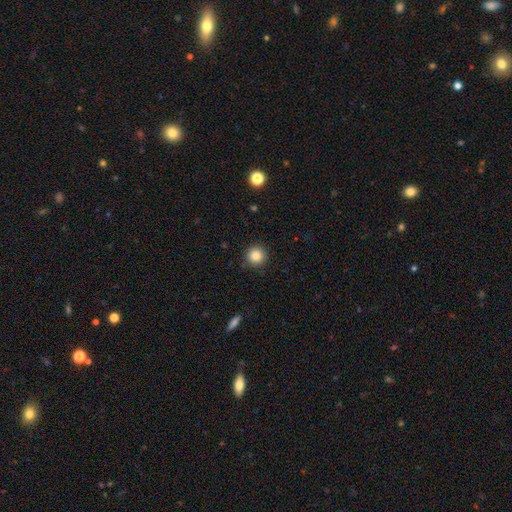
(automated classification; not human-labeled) A smooth galaxy with no disk features (85%) that is round (95%). Merging: none (89%).